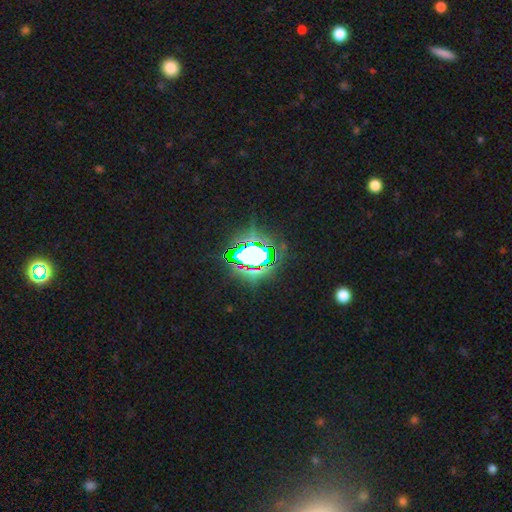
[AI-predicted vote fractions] Smooth or featured?
  - star or artifact: 80% *
  - smooth: 13%
  - featured or disk: 8%